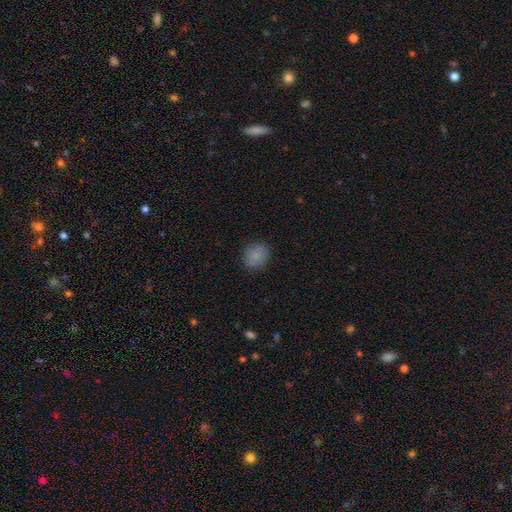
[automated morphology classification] Smooth or featured? smooth (85%)
How rounded? round (78%)
Merging? none (86%)